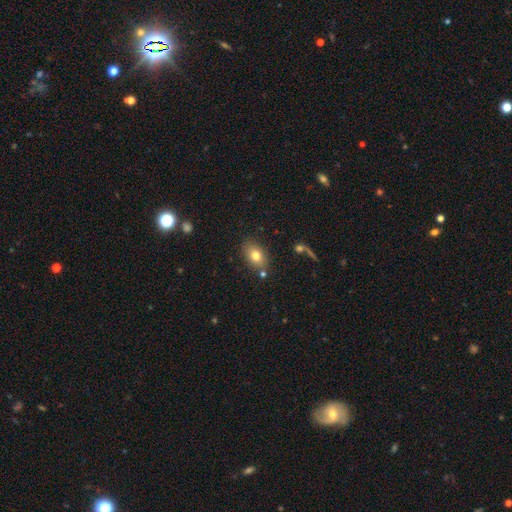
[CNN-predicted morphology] smooth_or_featured: smooth (p=0.77) [alt: featured or disk p=0.13]
how_rounded: in between (p=0.80) [alt: round p=0.19]
merging: none (p=0.78) [alt: minor disturbance p=0.12]